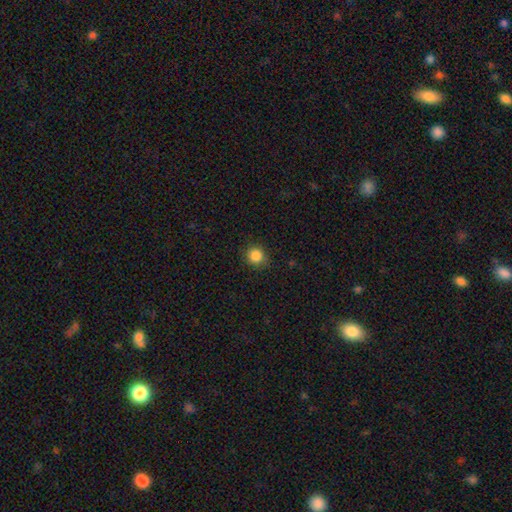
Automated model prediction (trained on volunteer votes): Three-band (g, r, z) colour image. It shows a smooth galaxy with no disk features (85%) that is round (92%). Merging: none (89%).